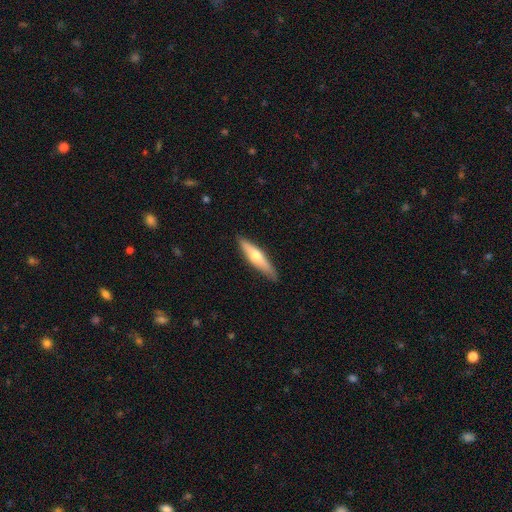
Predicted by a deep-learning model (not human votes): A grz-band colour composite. It shows a smooth galaxy with no disk features (50%). Merging: none (87%).